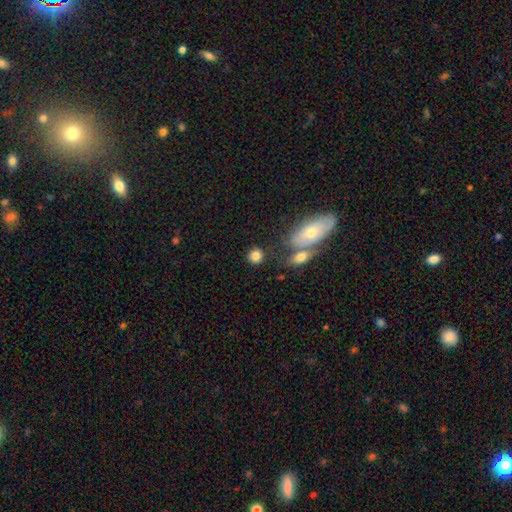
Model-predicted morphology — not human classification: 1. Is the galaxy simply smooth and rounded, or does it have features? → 82% smooth, 9% featured or disk, 9% star or artifact.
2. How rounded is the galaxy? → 80% round, 18% in between, 2% cigar-shaped.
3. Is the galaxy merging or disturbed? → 72% none, 13% merger, 11% minor disturbance, 4% major disturbance.